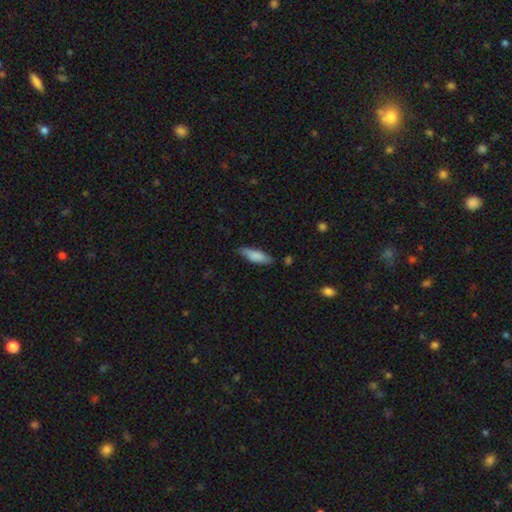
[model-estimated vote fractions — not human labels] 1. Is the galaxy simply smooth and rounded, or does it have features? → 83% smooth, 12% featured or disk, 6% star or artifact.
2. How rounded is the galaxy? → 50% cigar-shaped, 49% in between, 2% round.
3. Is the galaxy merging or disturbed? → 79% none, 16% minor disturbance, 3% major disturbance, 2% merger.